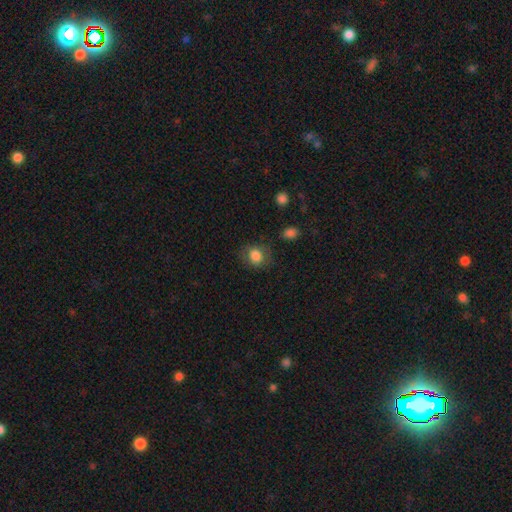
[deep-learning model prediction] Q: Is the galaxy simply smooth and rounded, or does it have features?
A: smooth — 81%.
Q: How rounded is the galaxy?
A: round — 60%.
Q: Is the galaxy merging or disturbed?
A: none — 76%.